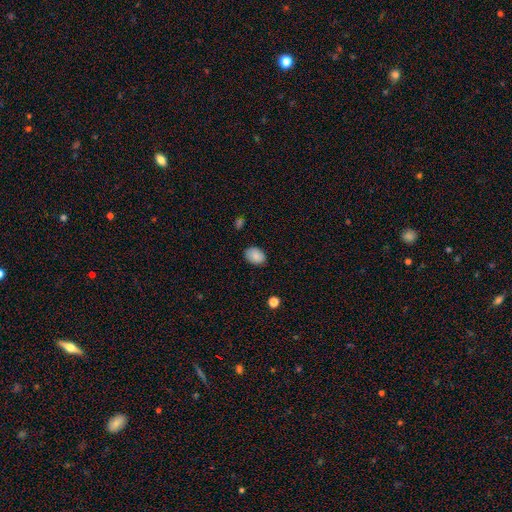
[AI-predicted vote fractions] smooth_or_featured: smooth (p=0.86) [alt: star or artifact p=0.08]
how_rounded: in between (p=0.79) [alt: round p=0.20]
merging: none (p=0.83) [alt: minor disturbance p=0.14]